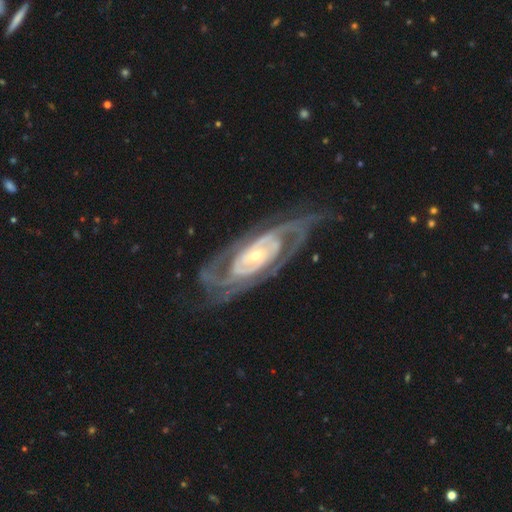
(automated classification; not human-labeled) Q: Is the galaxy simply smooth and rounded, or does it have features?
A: featured or disk — 91%.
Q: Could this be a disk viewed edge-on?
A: no — 94%.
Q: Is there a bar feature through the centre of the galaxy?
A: no — 57%.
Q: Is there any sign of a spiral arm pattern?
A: yes — 96%.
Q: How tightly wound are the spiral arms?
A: tight — 64%.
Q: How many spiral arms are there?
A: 2 — 49%.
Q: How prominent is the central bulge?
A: small — 68%.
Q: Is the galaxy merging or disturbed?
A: none — 70%.